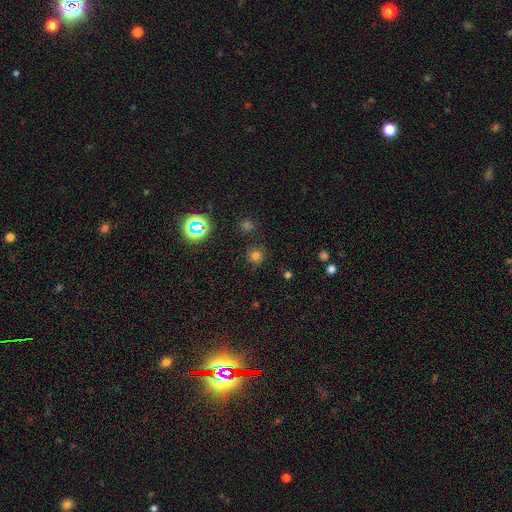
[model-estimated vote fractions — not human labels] Smooth or featured? smooth (69%)
How rounded? round (92%)
Merging? none (83%)